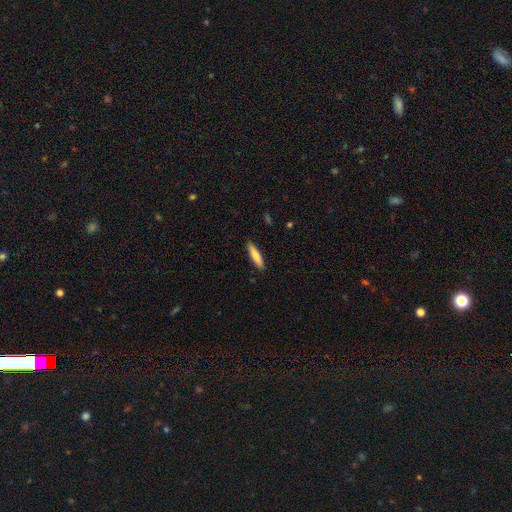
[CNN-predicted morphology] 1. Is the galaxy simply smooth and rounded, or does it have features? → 79% smooth, 15% featured or disk, 6% star or artifact.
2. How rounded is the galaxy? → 80% cigar-shaped, 19% in between, 1% round.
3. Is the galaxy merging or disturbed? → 90% none, 8% minor disturbance, 2% major disturbance, 1% merger.